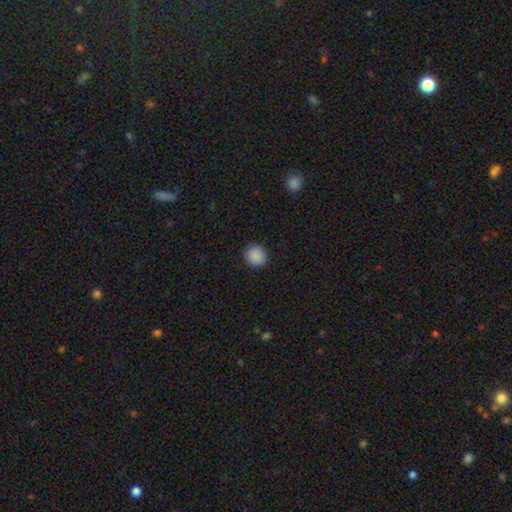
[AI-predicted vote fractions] smooth 89%, star or artifact 9%, featured or disk 2%. Down the decision tree: how rounded — round (89%); merging — none (92%).